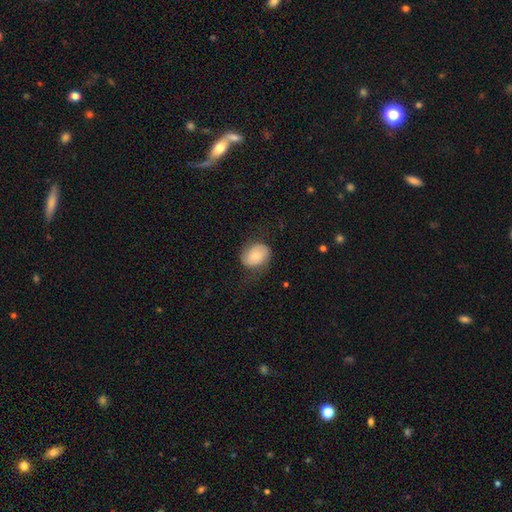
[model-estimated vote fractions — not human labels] A smooth galaxy with no disk features (59%) that is in between round and cigar-shaped (65%). Merging: none (64%).